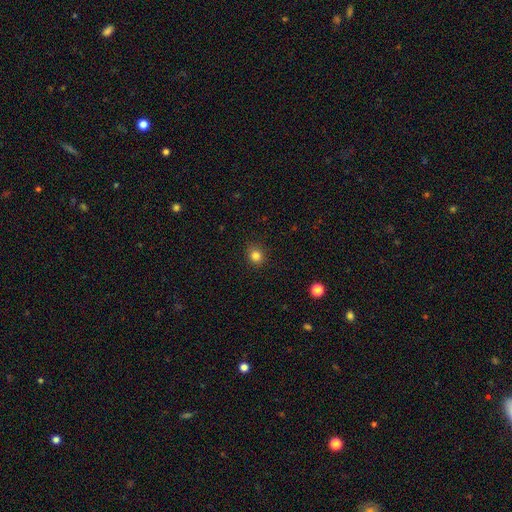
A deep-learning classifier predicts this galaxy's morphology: Smooth or featured: smooth — 83% (star or artifact — 12%)
How rounded: round — 80% (in between — 19%)
Merging: none — 88% (minor disturbance — 8%)